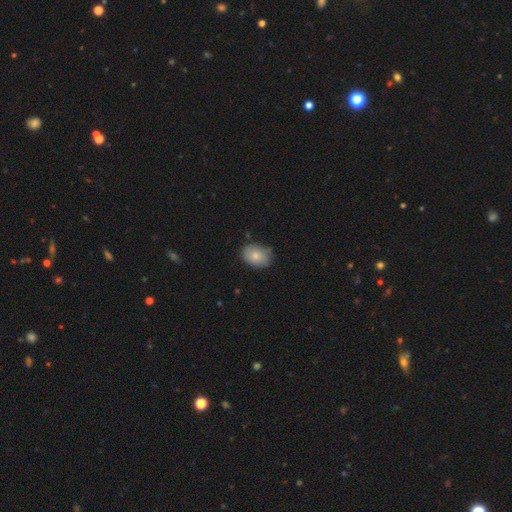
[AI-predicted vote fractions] This is clearly a smooth galaxy (81%). How rounded: likely in between (73%). Merging: likely none (74%).